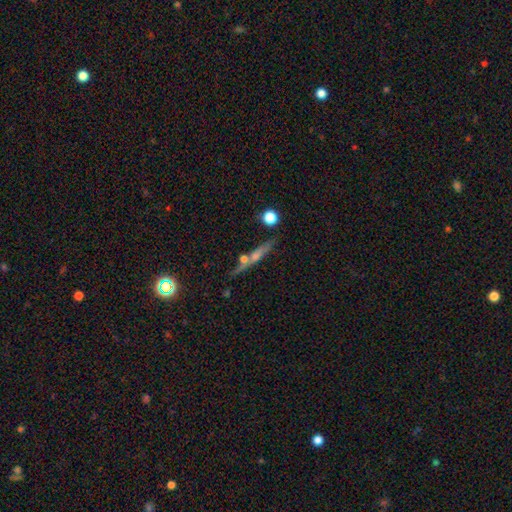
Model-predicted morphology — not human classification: Smooth or featured?
  - featured or disk: 54% *
  - smooth: 33%
  - star or artifact: 12%
Edge-on disk?
  - yes: 91% *
  - no: 9%
Merging?
  - none: 74% *
  - minor disturbance: 11%
  - merger: 11%
  - major disturbance: 4%